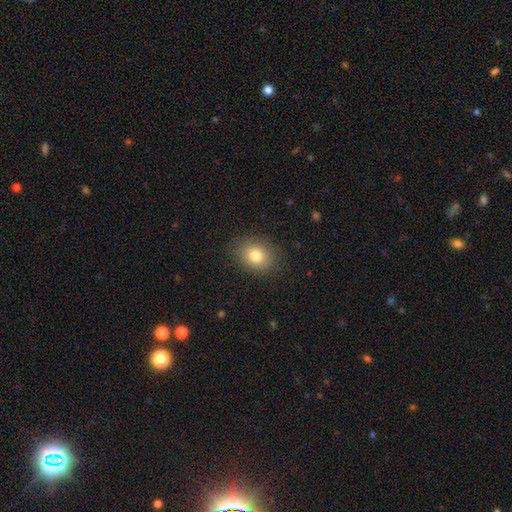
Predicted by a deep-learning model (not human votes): This is likely a smooth galaxy (79%). How rounded: possibly in between (54%). Merging: clearly none (87%).